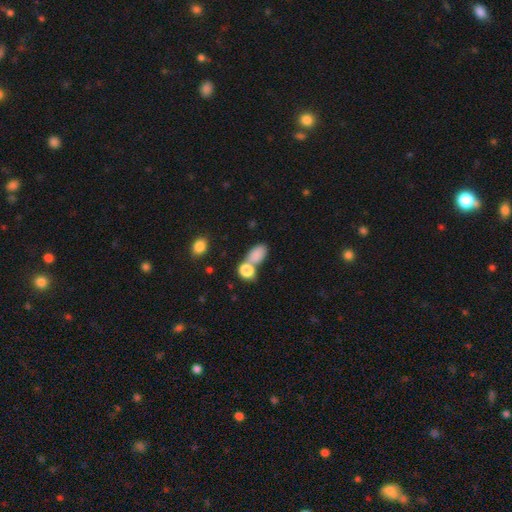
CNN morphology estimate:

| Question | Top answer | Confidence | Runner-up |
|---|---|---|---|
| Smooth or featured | smooth | 84% | star or artifact (9%) |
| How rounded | in between | 85% | round (12%) |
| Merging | none | 41% | merger (40%) |